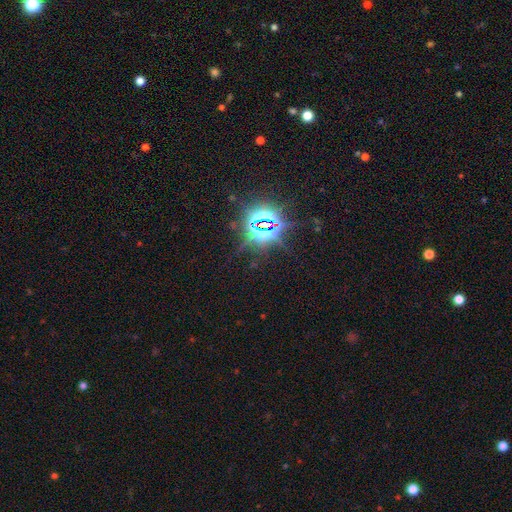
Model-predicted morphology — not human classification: smooth_or_featured: star or artifact (p=0.84) [alt: smooth p=0.08]